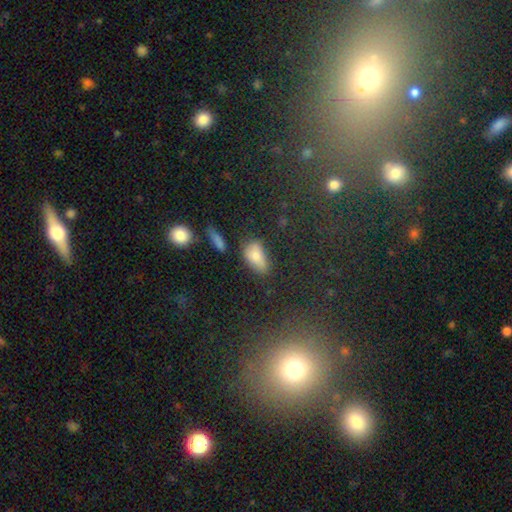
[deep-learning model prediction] Smooth or featured?
  - smooth: 78% *
  - star or artifact: 12%
  - featured or disk: 10%
How rounded?
  - in between: 87% *
  - cigar-shaped: 6%
  - round: 6%
Merging?
  - none: 52% *
  - minor disturbance: 29%
  - major disturbance: 11%
  - merger: 8%